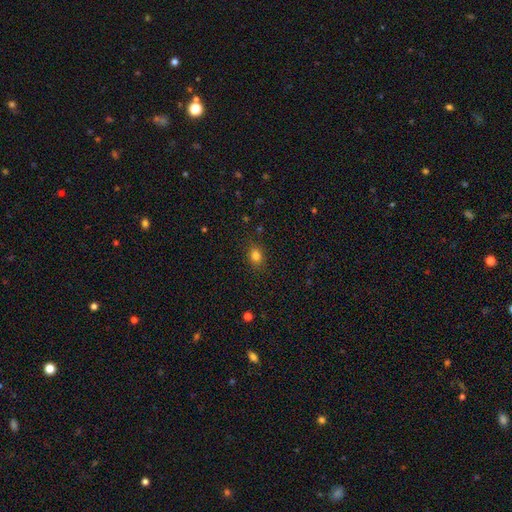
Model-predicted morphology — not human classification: This appears to be a smooth galaxy with no disk features (82%) that is in between round and cigar-shaped (49%, tied with round). Merging: none (84%).